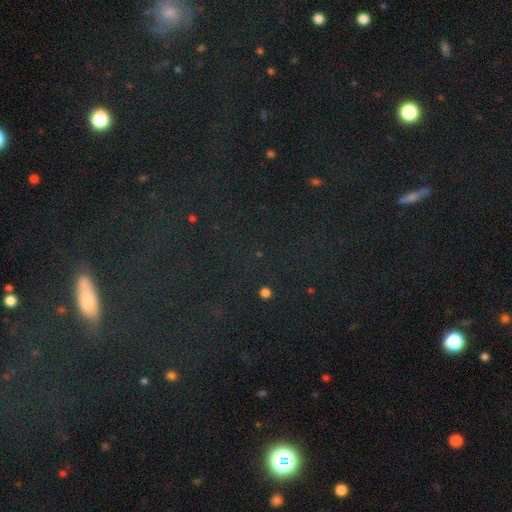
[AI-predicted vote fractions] smooth_or_featured: star or artifact (p=0.63) [alt: smooth p=0.23]